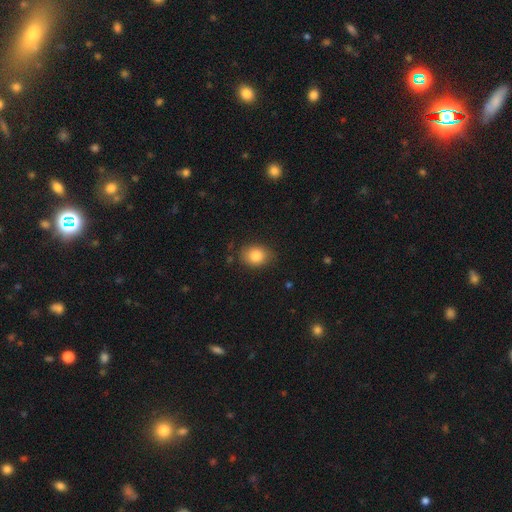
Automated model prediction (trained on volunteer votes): Morphology: type=smooth (84%); roundness=in between (50%); merging=none (81%).